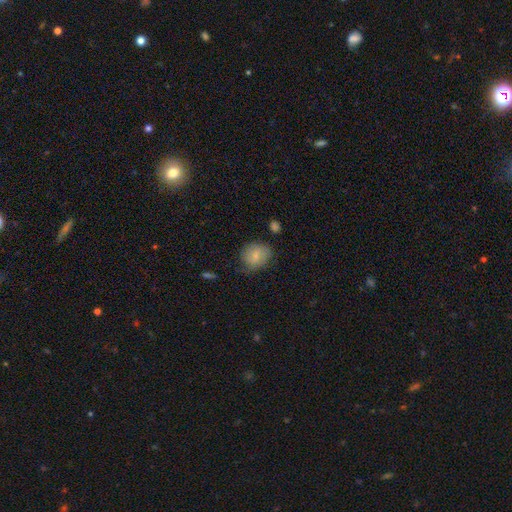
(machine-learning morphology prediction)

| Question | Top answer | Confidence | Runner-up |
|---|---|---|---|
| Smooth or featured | smooth | 75% | featured or disk (17%) |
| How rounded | round | 67% | in between (32%) |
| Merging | none | 68% | minor disturbance (24%) |